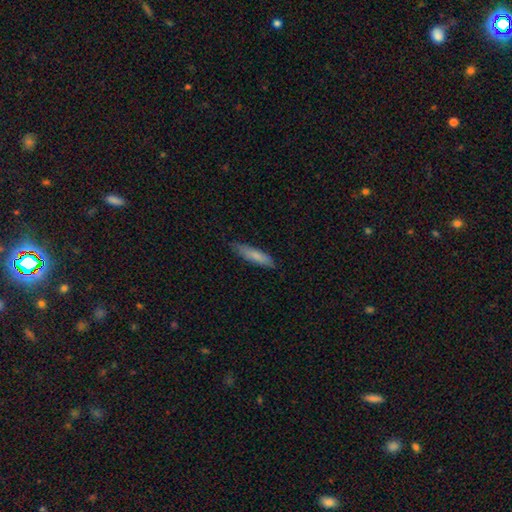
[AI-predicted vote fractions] The model was most divided on "smooth or featured": smooth: 79%, featured or disk: 16%, star or artifact: 5%. More confident: how rounded — cigar-shaped (81%); merging — none (81%).